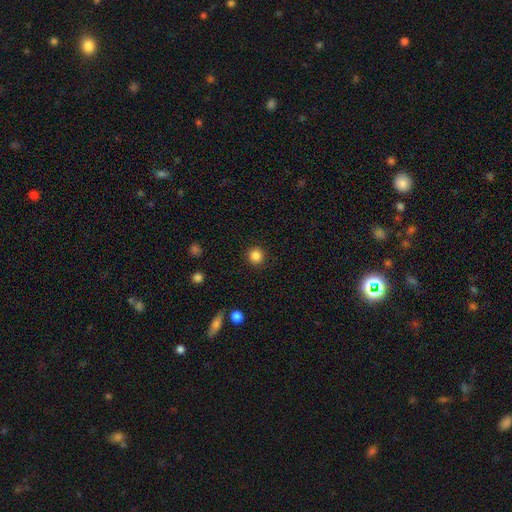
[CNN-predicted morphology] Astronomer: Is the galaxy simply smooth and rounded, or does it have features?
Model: smooth — 85%.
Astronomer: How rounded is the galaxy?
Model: round — 94%.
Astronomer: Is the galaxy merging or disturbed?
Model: none — 91%.